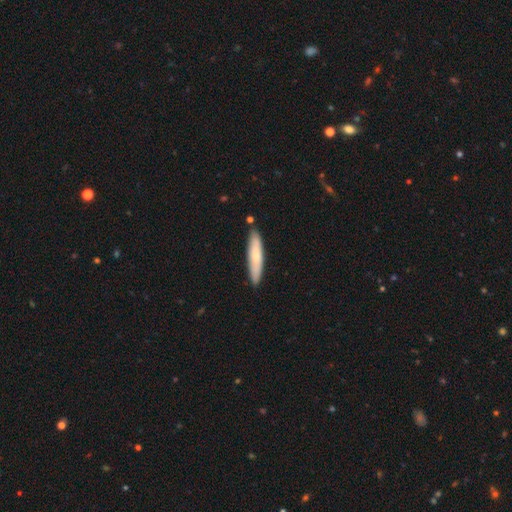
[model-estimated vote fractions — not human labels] Smooth or featured?
  - smooth: 69% *
  - featured or disk: 25%
  - star or artifact: 5%
How rounded?
  - cigar-shaped: 87% *
  - in between: 12%
  - round: 1%
Merging?
  - none: 86% *
  - minor disturbance: 10%
  - merger: 3%
  - major disturbance: 2%